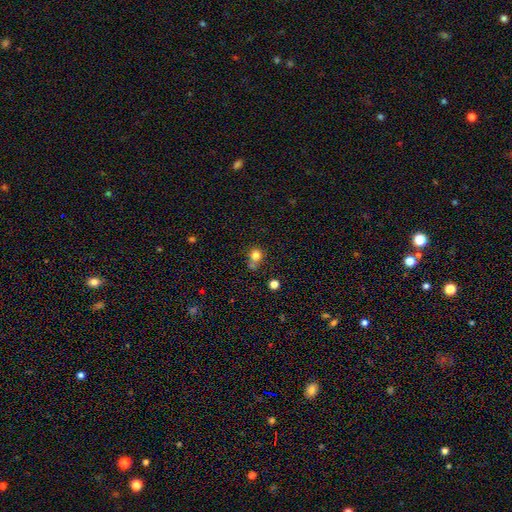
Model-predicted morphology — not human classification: Overall: smooth (80%). How rounded: round (78%). Merging: none (49%; merger 24%).